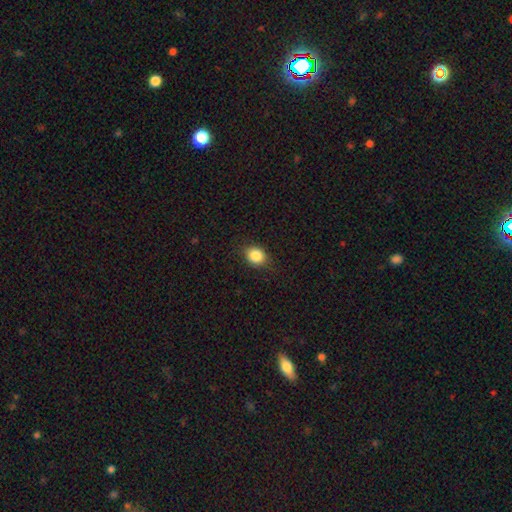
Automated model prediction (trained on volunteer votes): This appears to be a smooth galaxy with no disk features (85%) that is round (56%). Merging: none (84%).